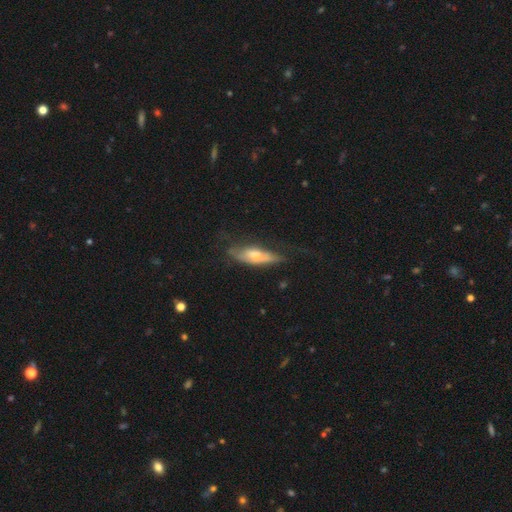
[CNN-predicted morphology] featured or disk 47%, smooth 46%, star or artifact 6%. Down the decision tree: merging — none (51%).